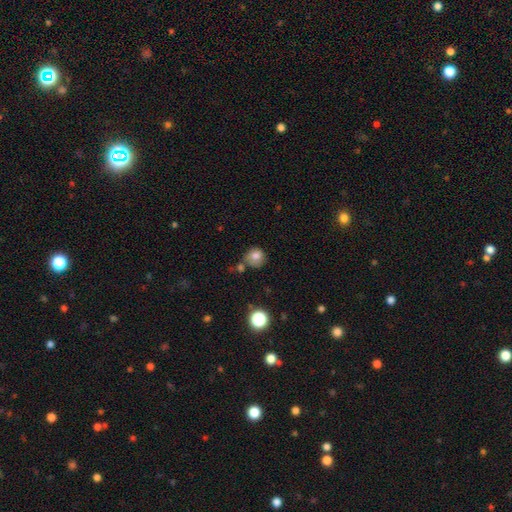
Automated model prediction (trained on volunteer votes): This is likely a smooth galaxy (79%). How rounded: clearly round (88%). Merging: likely none (64%).